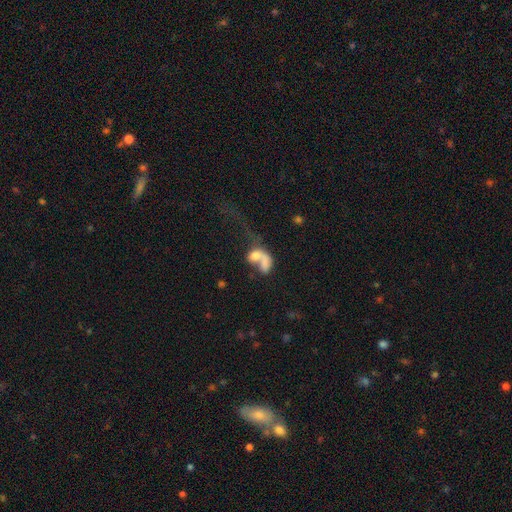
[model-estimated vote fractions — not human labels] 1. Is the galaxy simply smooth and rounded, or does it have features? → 56% smooth, 32% featured or disk, 11% star or artifact.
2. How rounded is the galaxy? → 71% in between, 25% round, 4% cigar-shaped.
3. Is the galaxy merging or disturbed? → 58% merger, 23% major disturbance, 13% none, 7% minor disturbance.